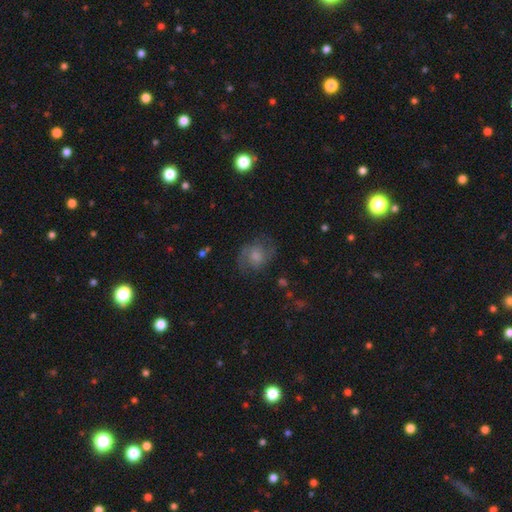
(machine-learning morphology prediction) Smooth or featured?
  - featured or disk: 47% *
  - smooth: 43%
  - star or artifact: 10%
Merging?
  - none: 64% *
  - minor disturbance: 20%
  - major disturbance: 14%
  - merger: 2%